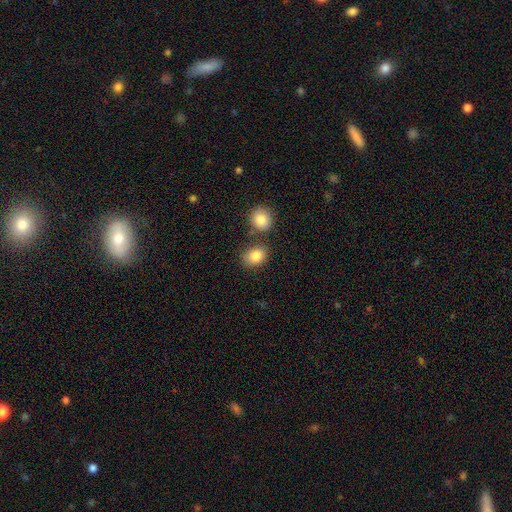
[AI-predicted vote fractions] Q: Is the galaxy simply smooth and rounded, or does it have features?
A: smooth — 85%.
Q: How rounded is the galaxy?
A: in between — 59%.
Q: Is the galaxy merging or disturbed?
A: none — 68%.